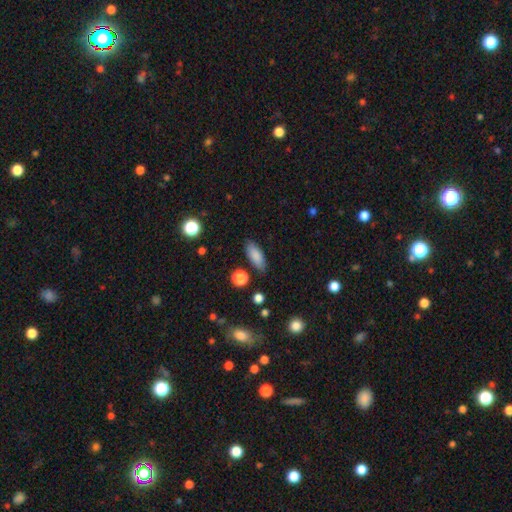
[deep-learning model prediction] smooth_or_featured: smooth (p=0.85) [alt: star or artifact p=0.08]
how_rounded: in between (p=0.75) [alt: cigar-shaped p=0.22]
merging: none (p=0.84) [alt: minor disturbance p=0.11]